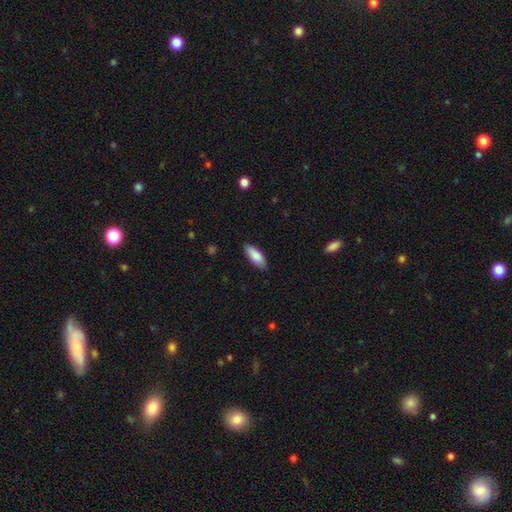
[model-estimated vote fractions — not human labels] A smooth galaxy with no disk features (84%) that is in between round and cigar-shaped (76%). Merging: none (86%).